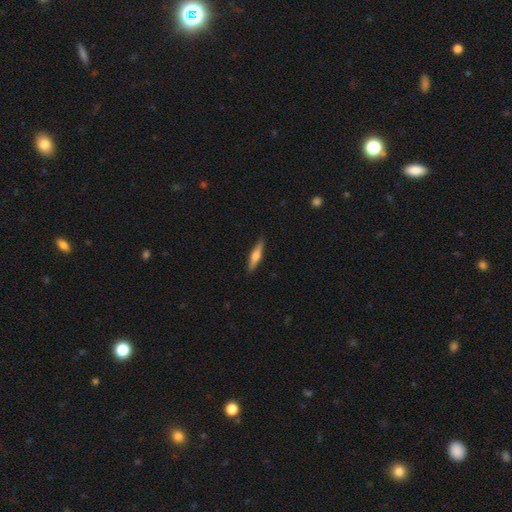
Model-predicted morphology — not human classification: This is possibly a featured or disk galaxy (52%). It is clearly viewed edge-on (96%). Edge-on bulge: clearly rounded (87%). Merging: clearly none (90%).